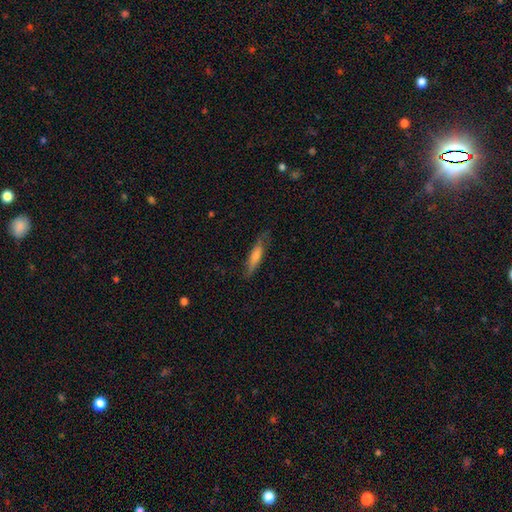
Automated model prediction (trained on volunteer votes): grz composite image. It shows a smooth galaxy with no disk features (53%) that is cigar-shaped (83%). Merging: none (74%).